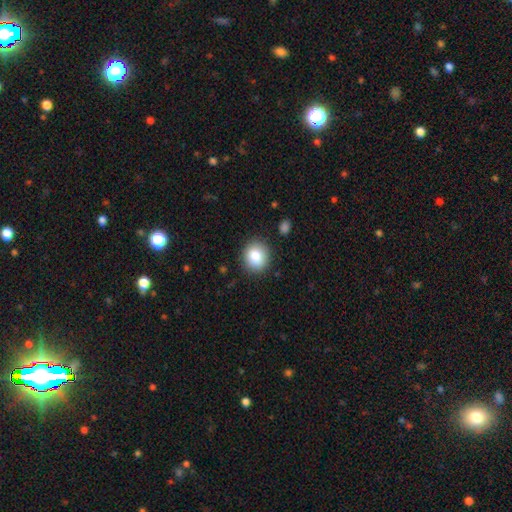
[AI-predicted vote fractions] The model was most divided on "how rounded": round: 78%, in between: 21%, cigar-shaped: 1%. More confident: merging — none (87%); smooth or featured — smooth (85%).